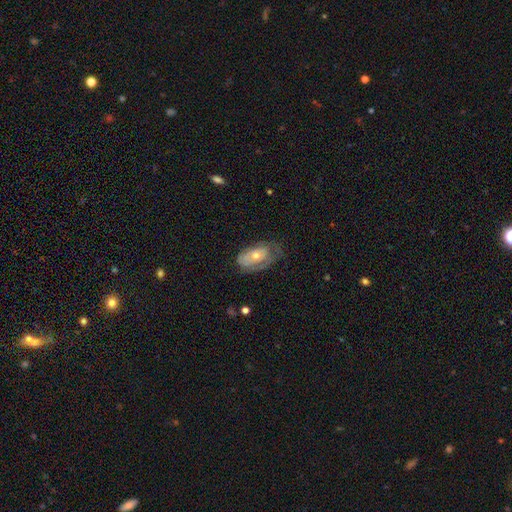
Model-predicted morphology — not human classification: Smooth or featured? Predicted: featured or disk (p=0.53). Edge-on disk? Predicted: no (p=0.92). Merging? Predicted: none (p=0.48).